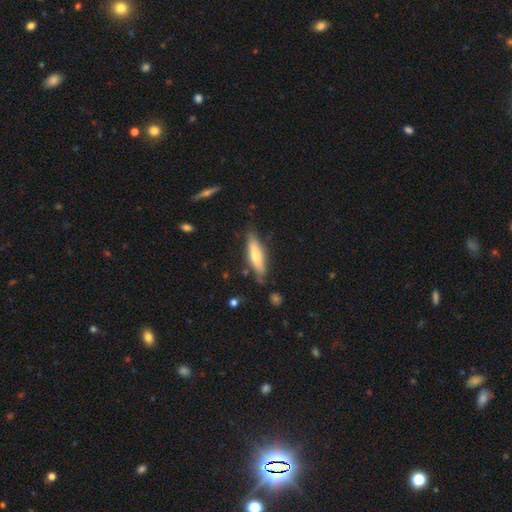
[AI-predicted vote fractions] This appears to be a smooth galaxy with no disk features (60%) that is cigar-shaped (67%). Merging: none (76%).